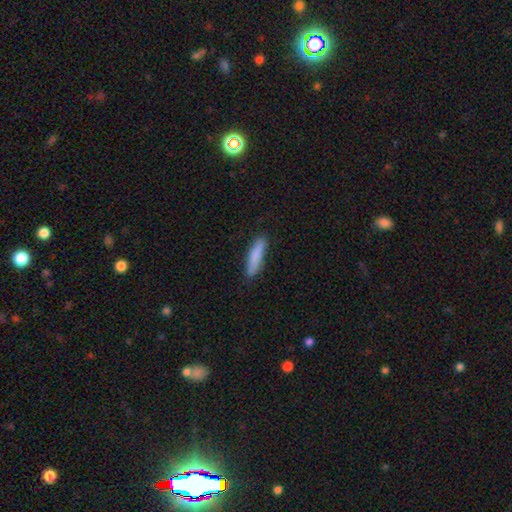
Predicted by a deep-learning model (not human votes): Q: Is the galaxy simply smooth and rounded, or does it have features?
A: smooth — 85%.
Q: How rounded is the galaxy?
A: cigar-shaped — 83%.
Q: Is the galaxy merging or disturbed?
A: none — 85%.